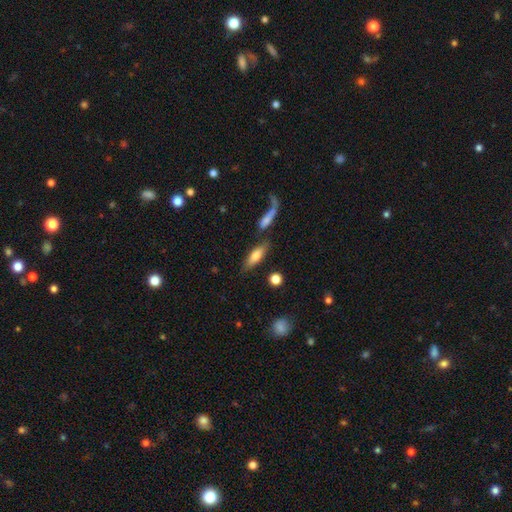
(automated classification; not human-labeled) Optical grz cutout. It shows a smooth galaxy with no disk features (70%) that is in between round and cigar-shaped (55%). Merging: none (65%).